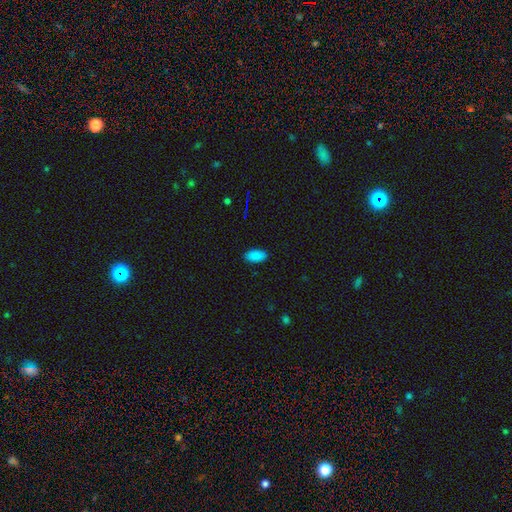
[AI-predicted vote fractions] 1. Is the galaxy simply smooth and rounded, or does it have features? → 88% smooth, 9% star or artifact, 3% featured or disk.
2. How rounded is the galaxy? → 93% in between, 5% cigar-shaped, 2% round.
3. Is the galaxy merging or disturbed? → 89% none, 8% minor disturbance, 2% major disturbance, 1% merger.